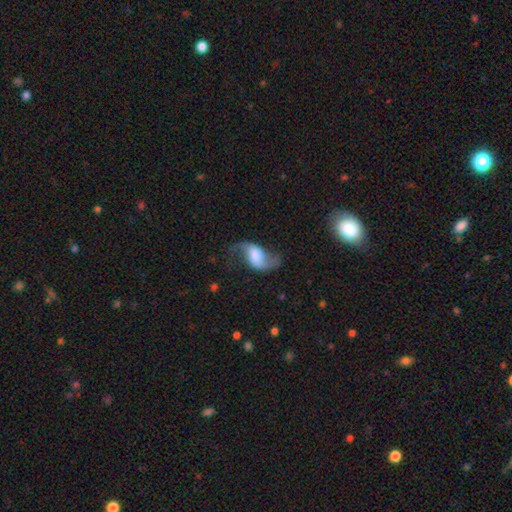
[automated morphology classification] featured or disk 80%, smooth 14%, star or artifact 6%. Down the decision tree: edge-on disk — no (96%); bar — no (47%); spiral arms — yes (95%); spiral arm count — 2 (92%); spiral winding — loose (83%); bulge size — large (30%); merging — none (66%).